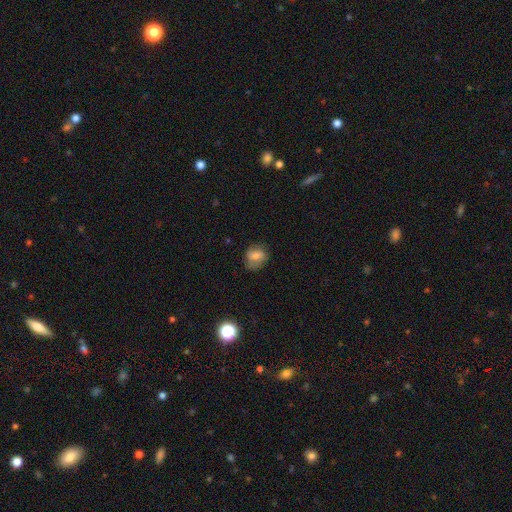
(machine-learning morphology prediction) Smooth or featured: smooth — 69% (featured or disk — 21%)
How rounded: round — 50% (in between — 48%)
Merging: none — 66% (minor disturbance — 23%)